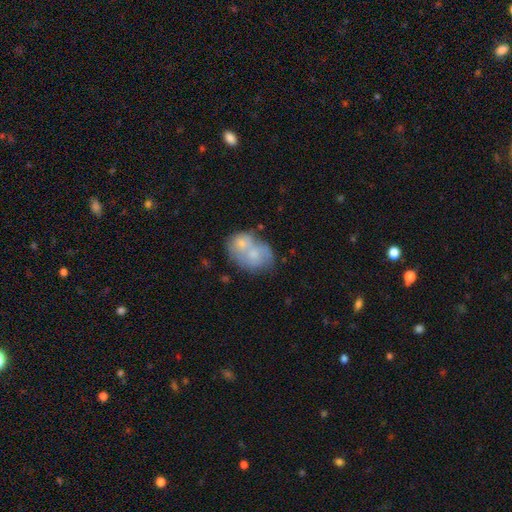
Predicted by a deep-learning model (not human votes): Overall: smooth (62%; featured or disk 31%). How rounded: in between (60%; round 39%). Merging: merger (66%).